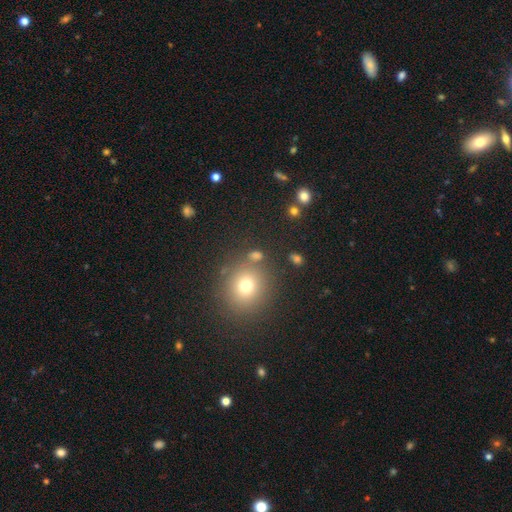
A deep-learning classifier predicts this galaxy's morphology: smooth 69%, star or artifact 22%, featured or disk 9%. Down the decision tree: how rounded — round (77%); merging — none (77%).